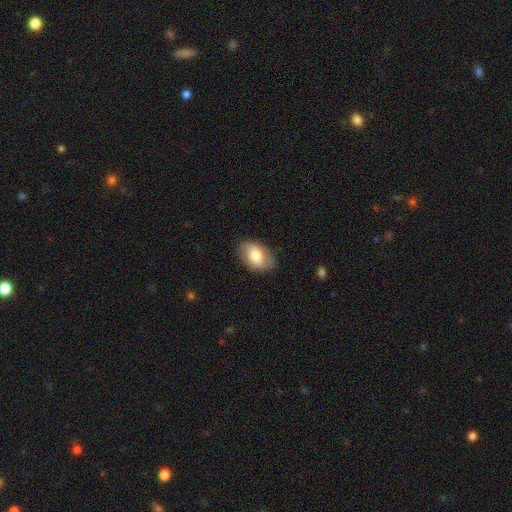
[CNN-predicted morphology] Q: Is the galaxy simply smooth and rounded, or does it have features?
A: smooth — 75%.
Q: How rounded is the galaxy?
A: in between — 90%.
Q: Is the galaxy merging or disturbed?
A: none — 80%.